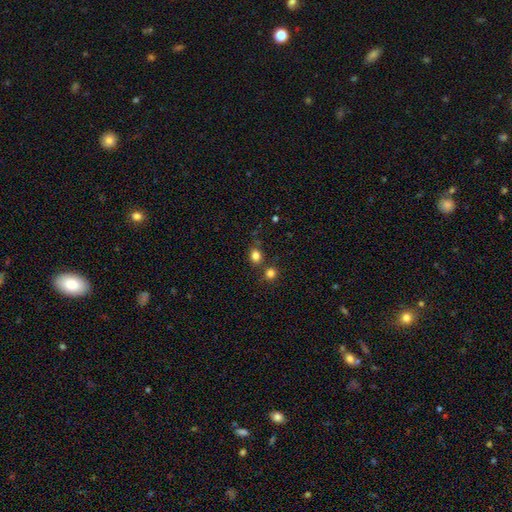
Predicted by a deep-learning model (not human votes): Smooth or featured? smooth (81%)
How rounded? round (67%)
Merging? none (69%)